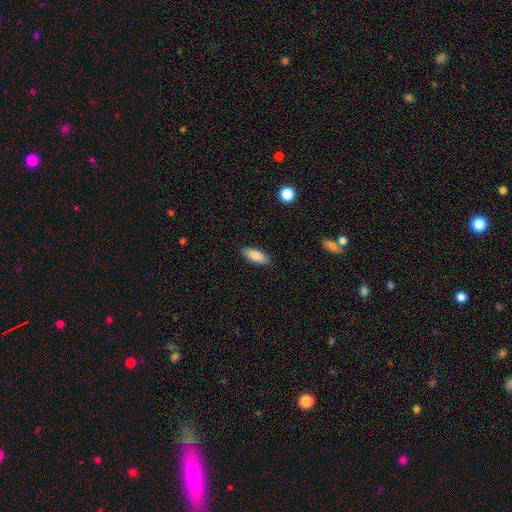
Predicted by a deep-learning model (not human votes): smooth 88%, star or artifact 6%, featured or disk 6%. Down the decision tree: how rounded — in between (78%); merging — none (87%).